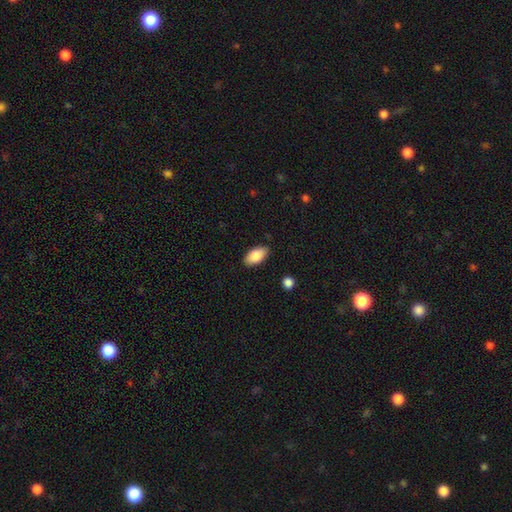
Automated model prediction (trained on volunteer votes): Smooth or featured: smooth — 86% (featured or disk — 7%)
How rounded: in between — 94% (cigar-shaped — 3%)
Merging: none — 86% (minor disturbance — 10%)